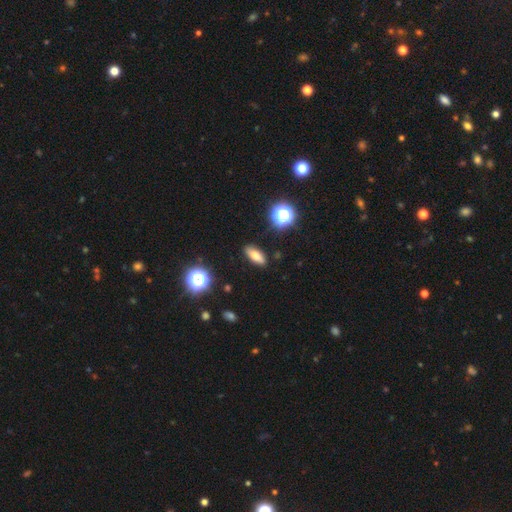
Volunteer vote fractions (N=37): This is likely a smooth galaxy (73%). How rounded: likely in between (63%). Merging: clearly none (94%).